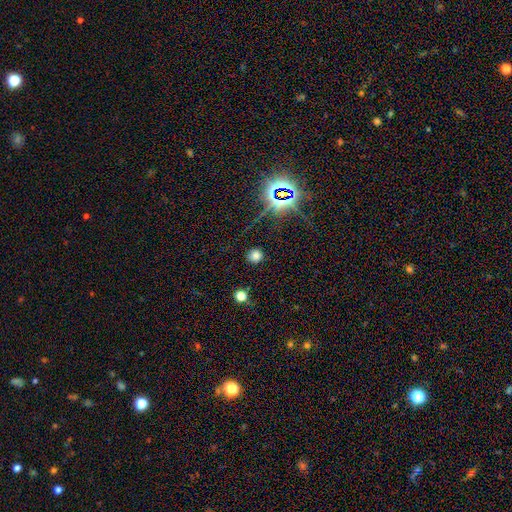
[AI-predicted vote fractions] Q: Smooth or featured?
A: smooth (69%); runner-up: star or artifact (25%)
Q: How rounded?
A: round (91%); runner-up: in between (8%)
Q: Merging?
A: none (88%); runner-up: minor disturbance (7%)